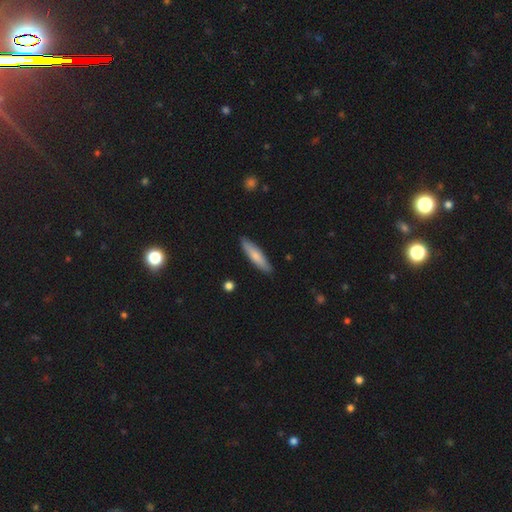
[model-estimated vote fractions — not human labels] Smooth or featured? smooth (74%)
How rounded? cigar-shaped (77%)
Merging? none (89%)